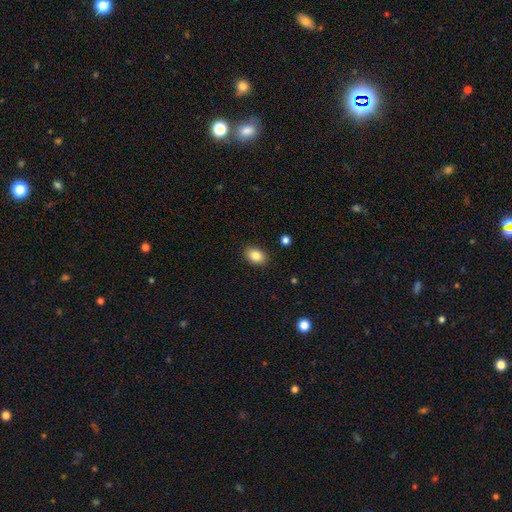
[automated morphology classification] Smooth or featured: smooth — 85% (star or artifact — 8%)
How rounded: in between — 83% (round — 16%)
Merging: none — 89% (minor disturbance — 8%)